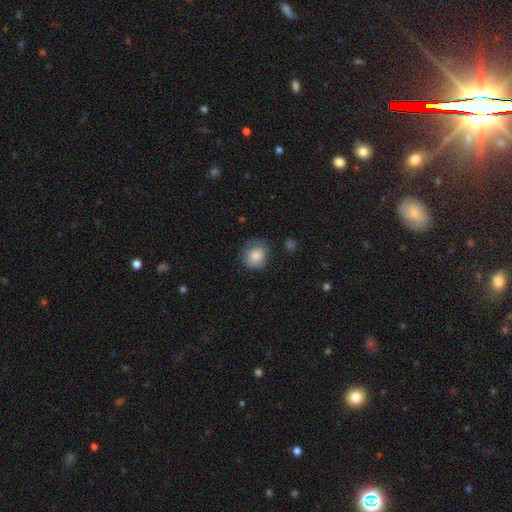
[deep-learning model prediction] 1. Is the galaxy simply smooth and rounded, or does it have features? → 83% smooth, 9% featured or disk, 8% star or artifact.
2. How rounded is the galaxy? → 77% round, 22% in between, 1% cigar-shaped.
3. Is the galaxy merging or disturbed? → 67% none, 24% minor disturbance, 8% major disturbance, 2% merger.